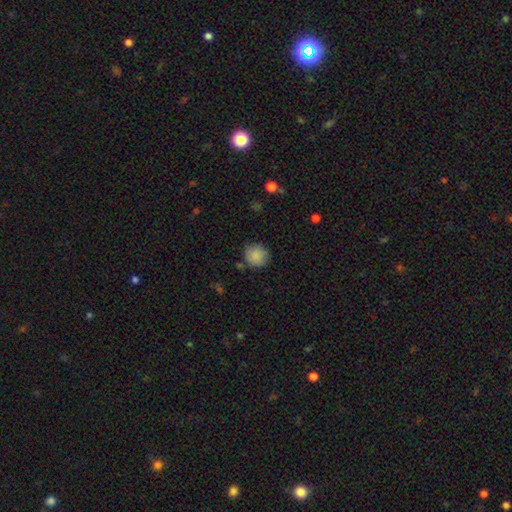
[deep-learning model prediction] smooth-or-featured: smooth: 88% | star or artifact: 8% | featured or disk: 4%
  how-rounded: round: 91% | in between: 8% | cigar-shaped: 1%
  merging: none: 82% | minor disturbance: 12% | merger: 3% | major disturbance: 3%